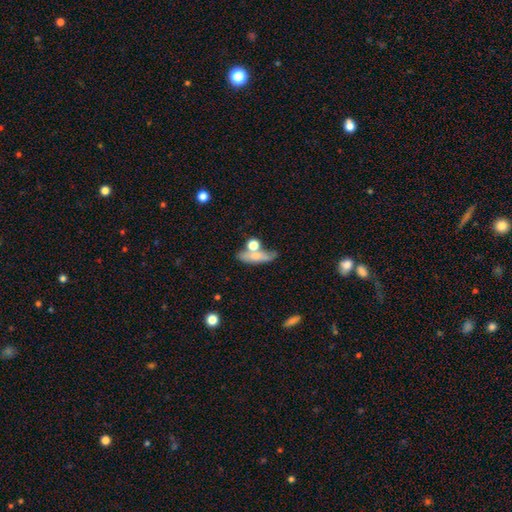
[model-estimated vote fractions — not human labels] Smooth or featured: smooth — 65% (featured or disk — 26%)
How rounded: in between — 47% (cigar-shaped — 39%)
Merging: none — 45% (merger — 27%)